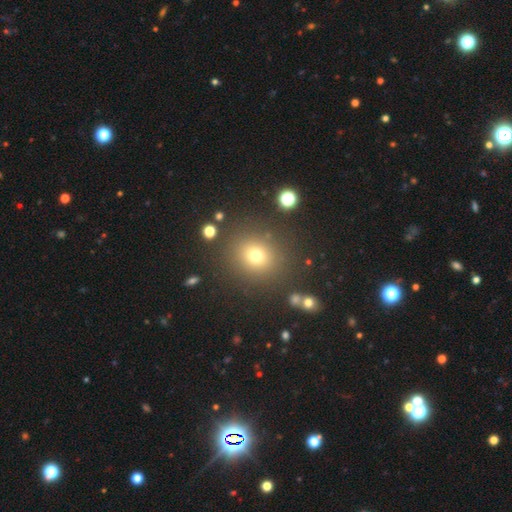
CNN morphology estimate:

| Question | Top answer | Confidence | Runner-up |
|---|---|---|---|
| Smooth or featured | smooth | 72% | star or artifact (19%) |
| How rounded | round | 82% | in between (17%) |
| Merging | none | 84% | minor disturbance (8%) |